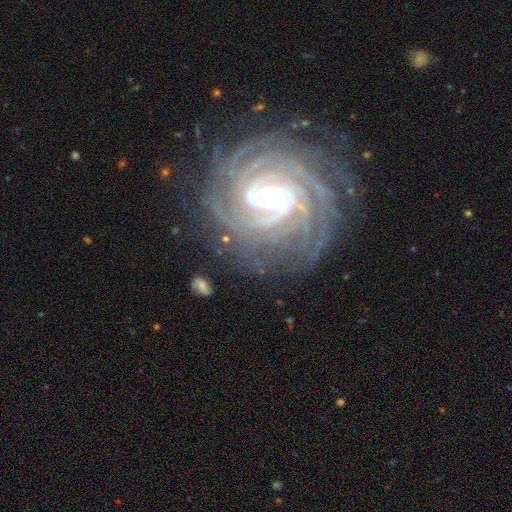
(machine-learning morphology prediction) type=featured or disk (87%); edge-on=no (97%); bar=weak (39%); spiral arms=yes (98%); winding=tight (82%); arm count=more than 4 (26%); bulge=small (54%); merging=none (82%).